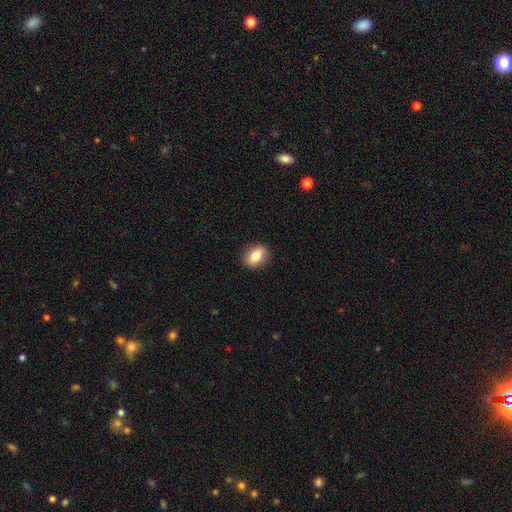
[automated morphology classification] The model was most divided on "how rounded": in between: 71%, round: 27%, cigar-shaped: 2%. More confident: merging — none (89%); smooth or featured — smooth (81%).